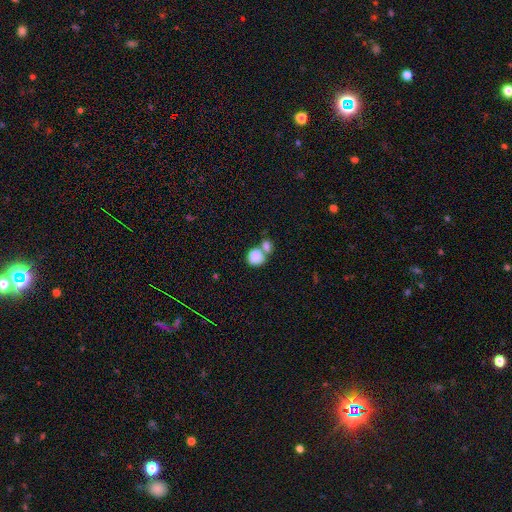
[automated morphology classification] type=smooth (83%); roundness=round (70%); merging=merger (57%).